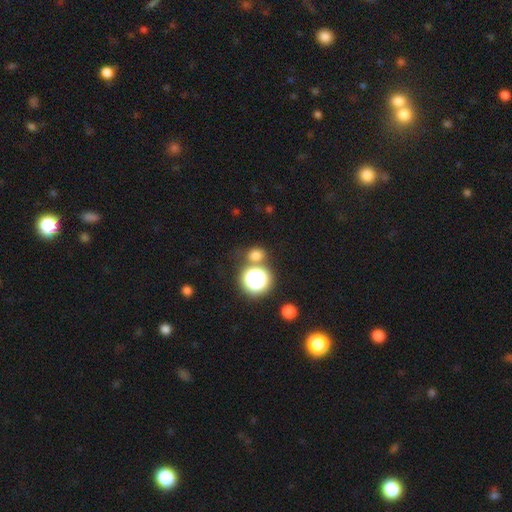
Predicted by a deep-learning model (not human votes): Smooth or featured? Predicted: smooth (p=0.68). How rounded? Predicted: round (p=0.73). Merging? Predicted: none (p=0.70).